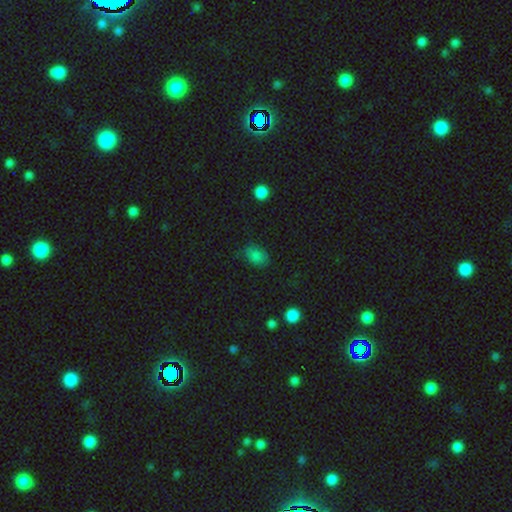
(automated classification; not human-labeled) Overall: smooth (80%). How rounded: in between (75%). Merging: none (66%).